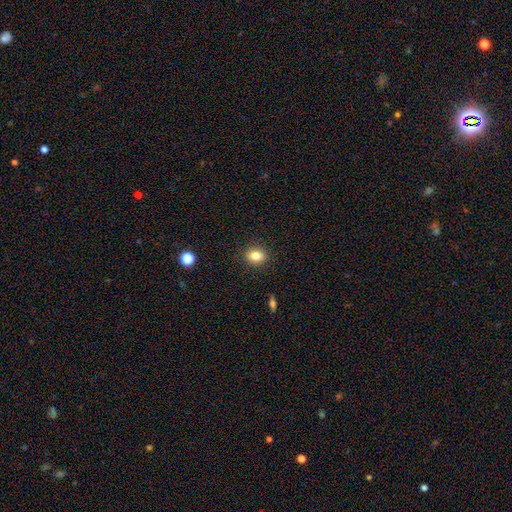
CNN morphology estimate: This is clearly a smooth galaxy (82%). How rounded: possibly in between (51%). Merging: clearly none (89%).